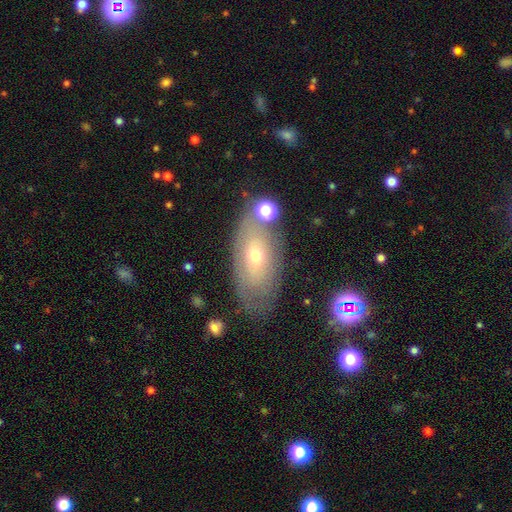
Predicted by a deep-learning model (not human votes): Morphology: type=featured or disk (53%); edge-on=no (84%); merging=none (70%).